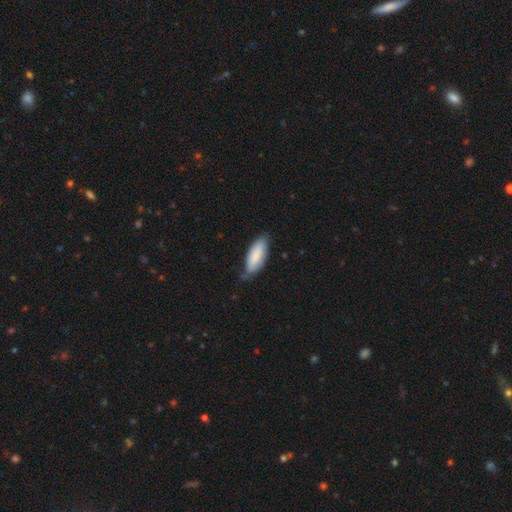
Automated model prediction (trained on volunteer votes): Q: Smooth or featured?
A: smooth (82%); runner-up: featured or disk (13%)
Q: How rounded?
A: in between (74%); runner-up: cigar-shaped (25%)
Q: Merging?
A: none (59%); runner-up: minor disturbance (34%)